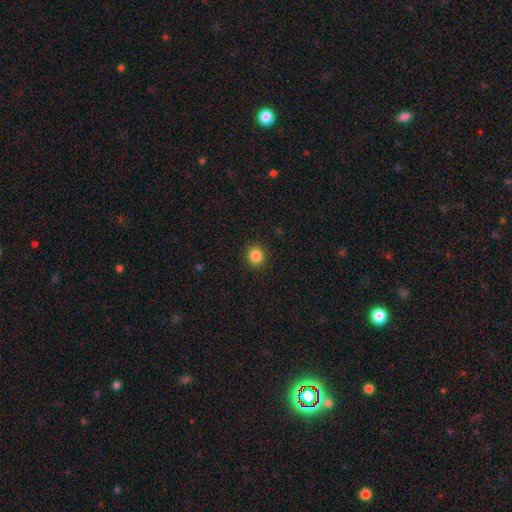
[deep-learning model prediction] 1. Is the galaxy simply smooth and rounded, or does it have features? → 86% smooth, 10% star or artifact, 3% featured or disk.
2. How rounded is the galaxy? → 81% round, 19% in between, 1% cigar-shaped.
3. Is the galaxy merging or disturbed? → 91% none, 6% minor disturbance, 2% major disturbance, 1% merger.